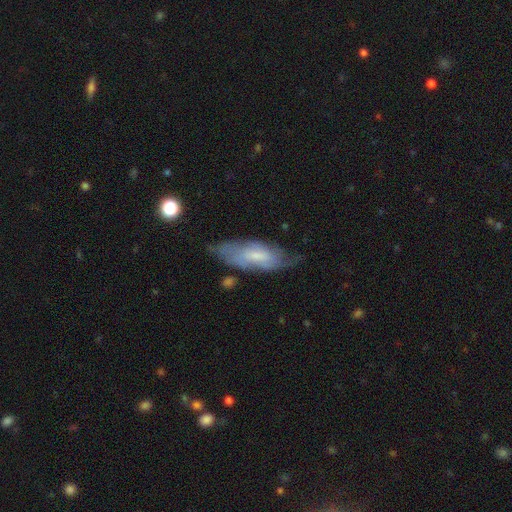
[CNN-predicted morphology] This is possibly a featured or disk galaxy (48%). Merging: possibly none (55%).